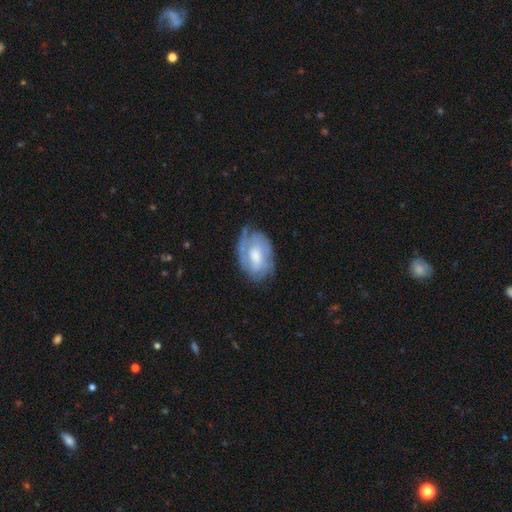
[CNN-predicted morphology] Smooth or featured? featured or disk (58%)
Edge-on disk? no (96%)
Bar? no (60%)
Spiral arms? yes (60%)
Bulge size? moderate (52%)
Merging? none (57%)